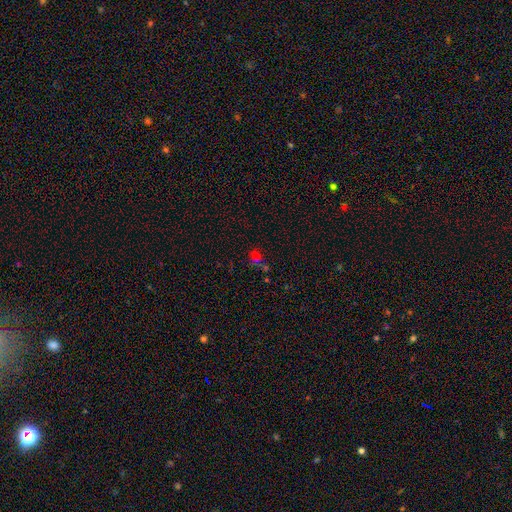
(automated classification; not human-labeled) Overall: smooth (45%; star or artifact 43%). Merging: none (49%; merger 31%).